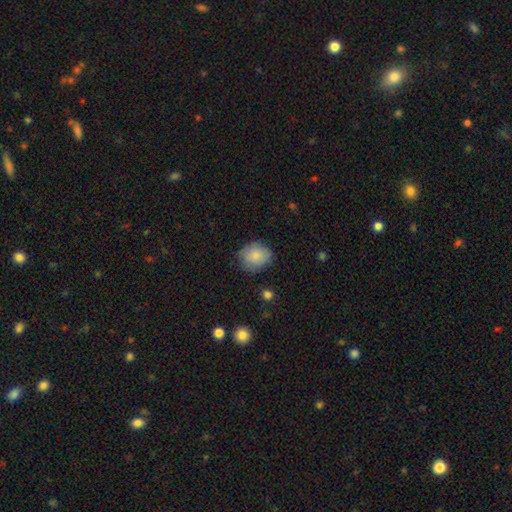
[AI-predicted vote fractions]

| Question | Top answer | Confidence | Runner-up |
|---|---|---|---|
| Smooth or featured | smooth | 84% | featured or disk (9%) |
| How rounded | round | 64% | in between (35%) |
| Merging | none | 77% | minor disturbance (18%) |